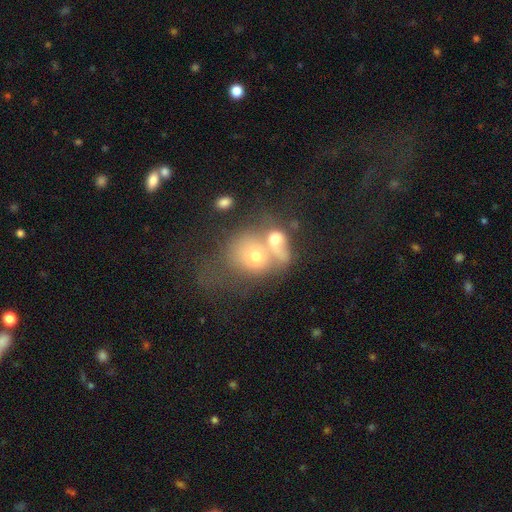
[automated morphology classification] A smooth galaxy with no disk features (54%) that is round (57%). Merging: merger (65%).